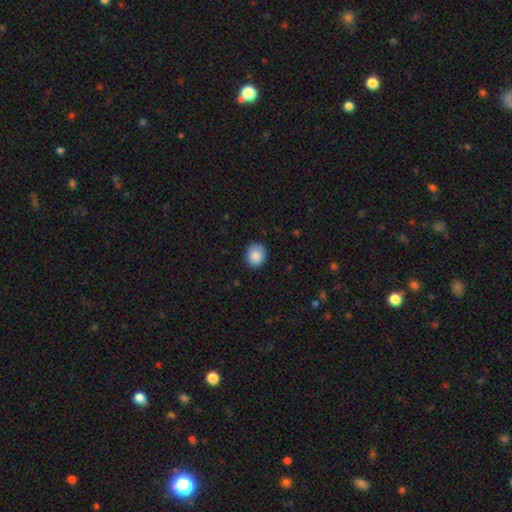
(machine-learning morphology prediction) A smooth galaxy with no disk features (86%) that is round (70%). Merging: none (87%).